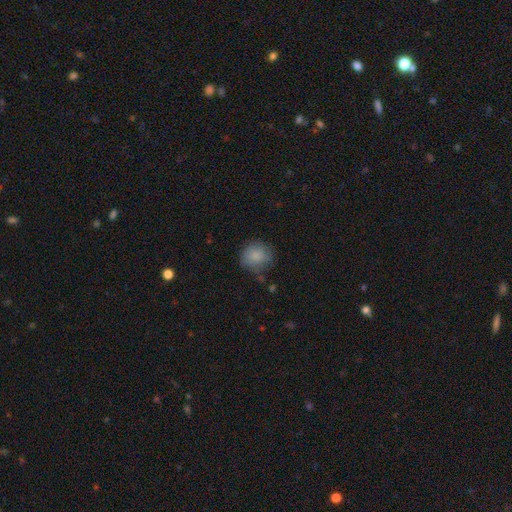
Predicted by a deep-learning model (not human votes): smooth_or_featured: smooth (p=0.84) [alt: star or artifact p=0.08]
how_rounded: round (p=0.86) [alt: in between p=0.13]
merging: none (p=0.73) [alt: minor disturbance p=0.19]